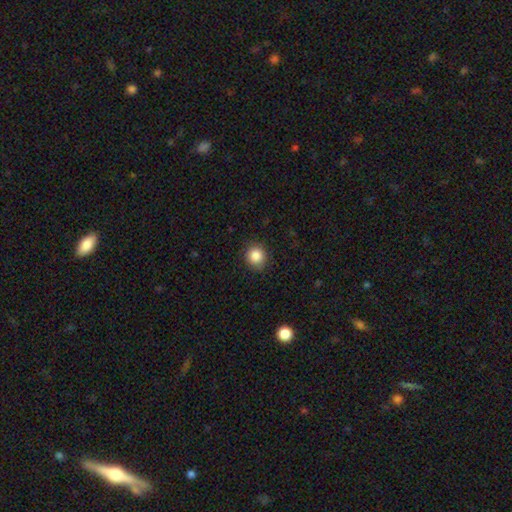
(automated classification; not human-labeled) This appears to be a smooth galaxy with no disk features (86%) that is round (88%). Merging: none (88%).